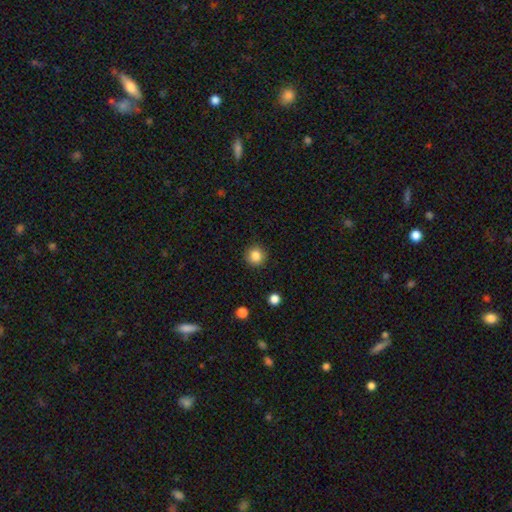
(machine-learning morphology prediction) Overall: smooth (85%). How rounded: round (94%). Merging: none (90%).